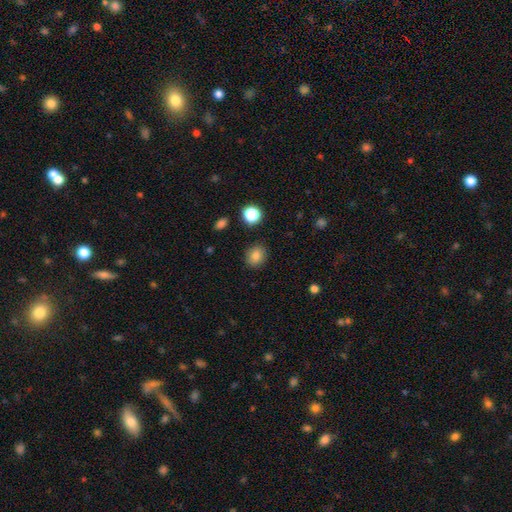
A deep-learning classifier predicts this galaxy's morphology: Smooth or featured? Predicted: smooth (p=0.82). How rounded? Predicted: round (p=0.68). Merging? Predicted: none (p=0.88).